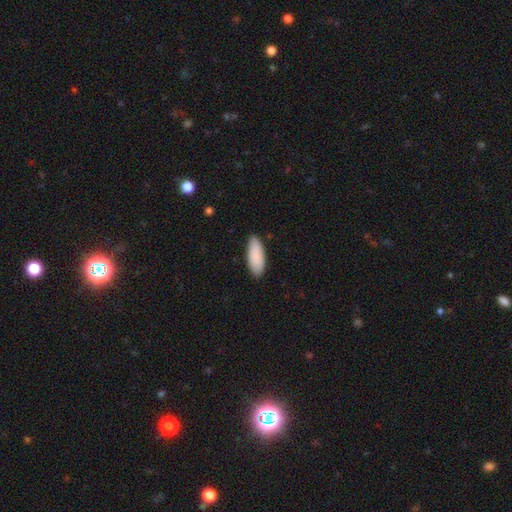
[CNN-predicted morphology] smooth_or_featured: smooth (p=0.89) [alt: star or artifact p=0.05]
how_rounded: in between (p=0.77) [alt: cigar-shaped p=0.21]
merging: none (p=0.86) [alt: minor disturbance p=0.12]